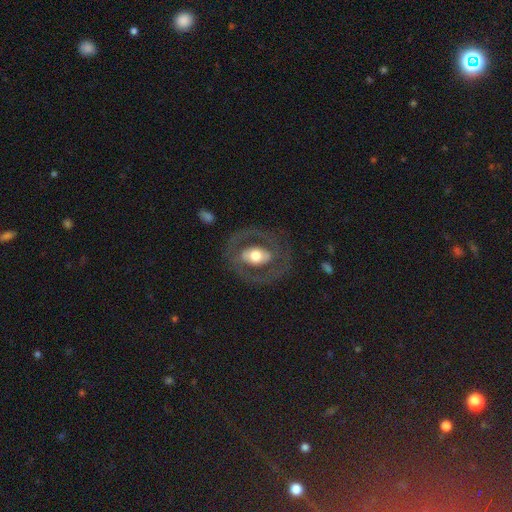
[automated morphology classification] A featured or disk galaxy (66%) with no bar (53%), no spiral arms (63%) and a moderate central bulge (59%). Merging: none (76%).